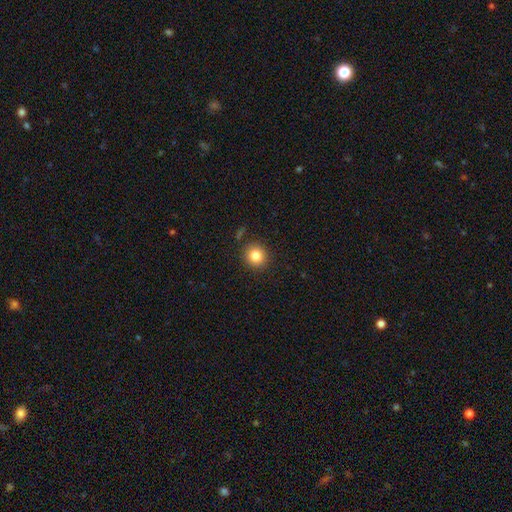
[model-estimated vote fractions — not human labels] smooth 83%, star or artifact 11%, featured or disk 6%. Down the decision tree: how rounded — round (93%); merging — none (89%).